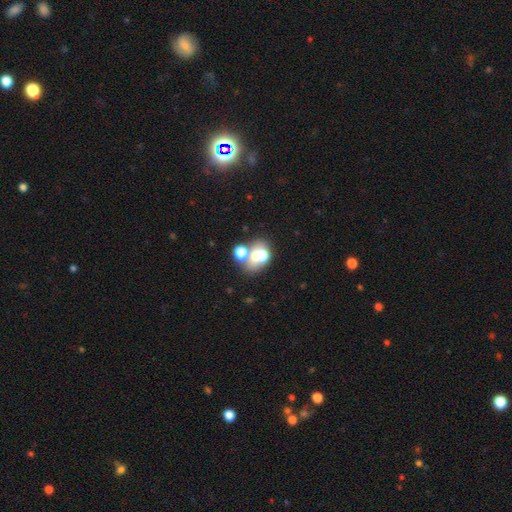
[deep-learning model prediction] A smooth galaxy with no disk features (55%) that is round (50%).

Vote fractions:
- Smooth or featured? smooth: 55% / featured or disk: 28% / star or artifact: 17%
- How rounded? round: 50% / in between: 49% / cigar-shaped: 1%
- Merging? merger: 54% / none: 32% / minor disturbance: 8% / major disturbance: 6%